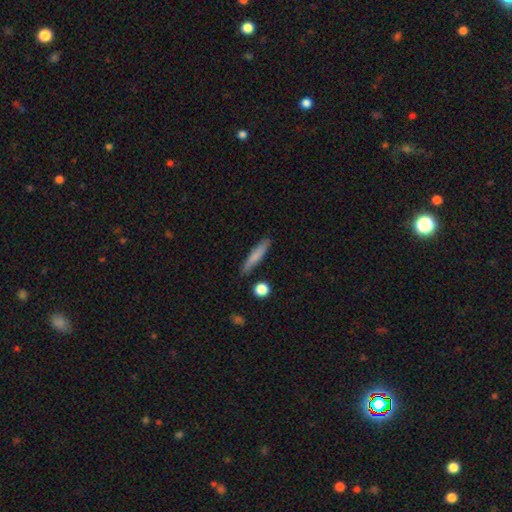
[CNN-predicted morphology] smooth 74%, featured or disk 19%, star or artifact 6%. Down the decision tree: how rounded — cigar-shaped (87%); merging — none (85%).